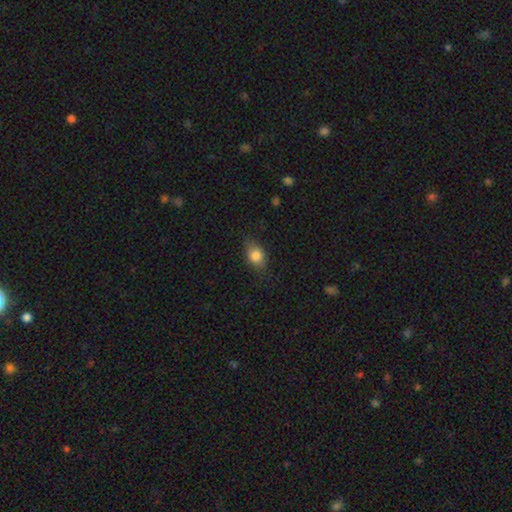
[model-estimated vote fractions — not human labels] smooth_or_featured: smooth (p=0.80) [alt: featured or disk p=0.11]
how_rounded: in between (p=0.72) [alt: round p=0.25]
merging: none (p=0.76) [alt: minor disturbance p=0.19]